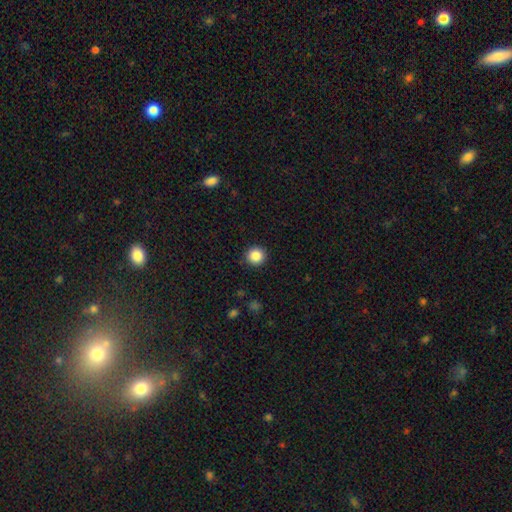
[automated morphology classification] smooth 86%, star or artifact 10%, featured or disk 4%. Down the decision tree: how rounded — round (95%); merging — none (92%).